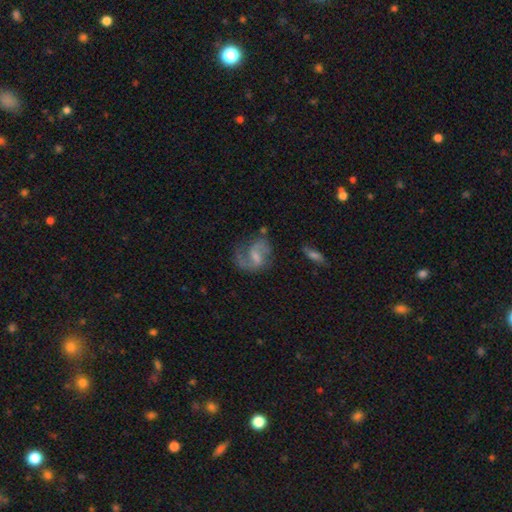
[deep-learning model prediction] This is likely a featured or disk galaxy (79%). It is clearly not viewed edge-on (97%). Bar: possibly weak (53%). Spiral arm pattern: clearly yes (93%). Spiral arm count: likely 2 (76%). Spiral winding: possibly medium (49%). Central bulge: possibly small (49%). Merging: likely none (63%).